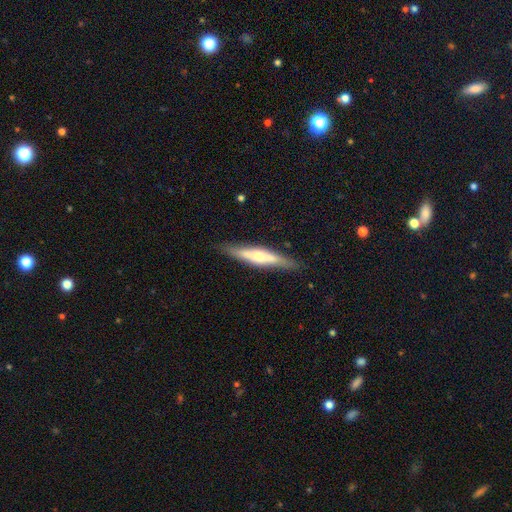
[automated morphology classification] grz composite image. It shows a featured or disk galaxy (63%) viewed edge-on (91%) with a rounded central bulge (79%). Merging: none (87%).